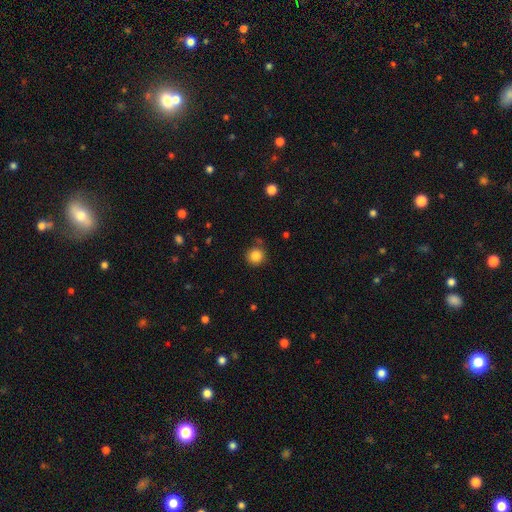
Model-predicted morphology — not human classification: A smooth galaxy with no disk features (84%) that is round (94%). Merging: none (84%).